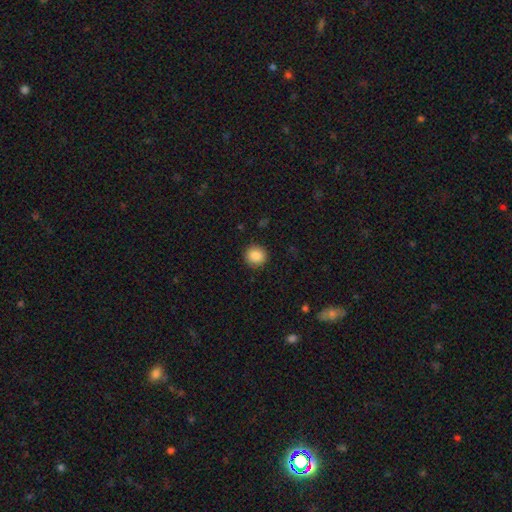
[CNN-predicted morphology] type=smooth (87%); roundness=round (92%); merging=none (90%).